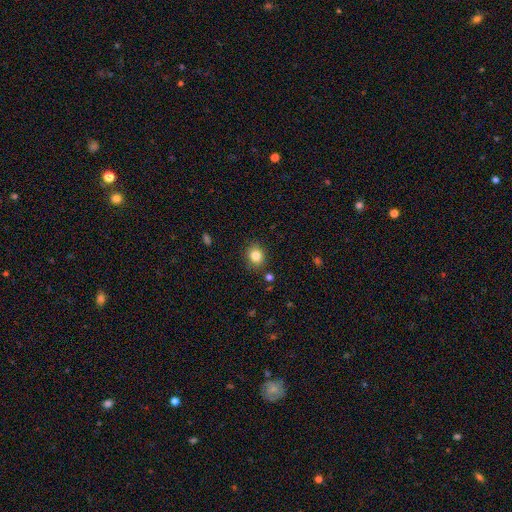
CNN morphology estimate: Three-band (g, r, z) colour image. It shows a smooth galaxy with no disk features (84%) that is round (67%). Merging: none (85%).